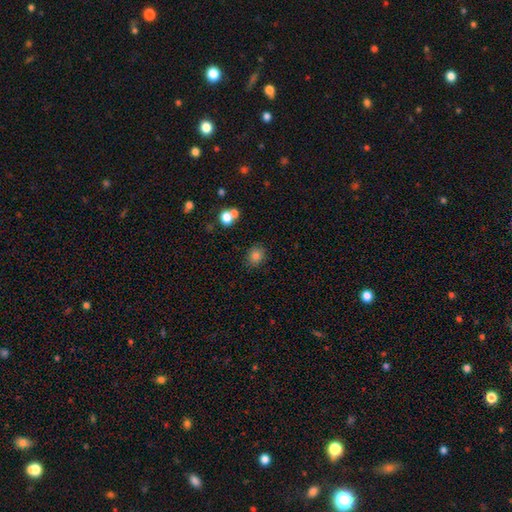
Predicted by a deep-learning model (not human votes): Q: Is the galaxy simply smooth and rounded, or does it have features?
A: smooth — 83%.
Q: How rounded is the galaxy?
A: round — 71%.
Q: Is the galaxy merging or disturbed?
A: none — 81%.